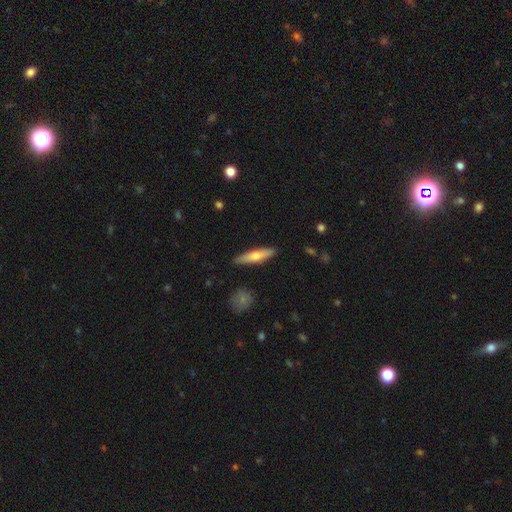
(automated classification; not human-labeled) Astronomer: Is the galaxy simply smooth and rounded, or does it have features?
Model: smooth — 57% (runner-up: featured or disk, 37%).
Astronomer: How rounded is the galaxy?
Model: cigar-shaped — 78%.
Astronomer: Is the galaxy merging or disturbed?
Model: none — 89%.